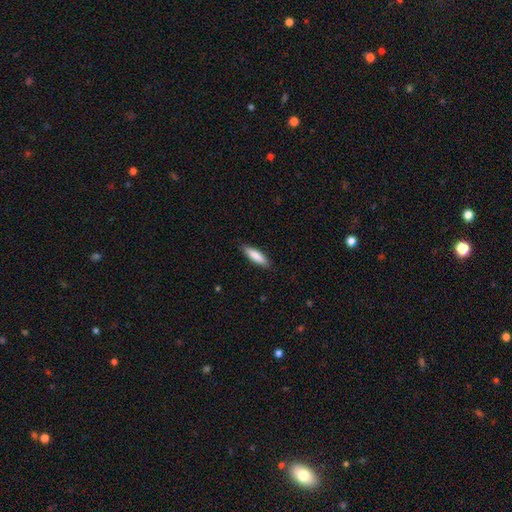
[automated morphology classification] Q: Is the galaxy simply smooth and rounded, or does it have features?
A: smooth — 83%.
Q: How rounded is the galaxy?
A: cigar-shaped — 63%.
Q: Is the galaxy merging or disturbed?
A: none — 88%.